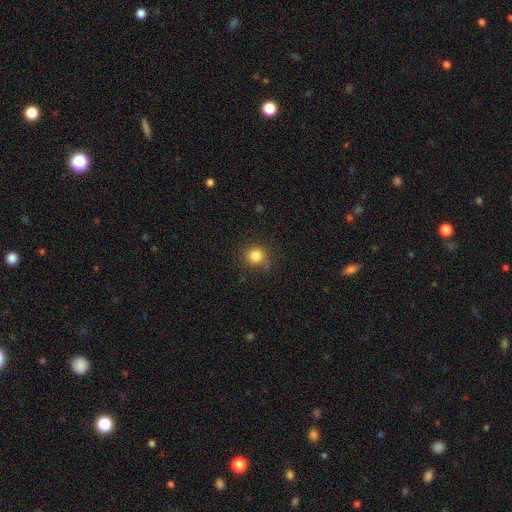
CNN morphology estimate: smooth 83%, star or artifact 12%, featured or disk 6%. Down the decision tree: how rounded — round (90%); merging — none (80%).